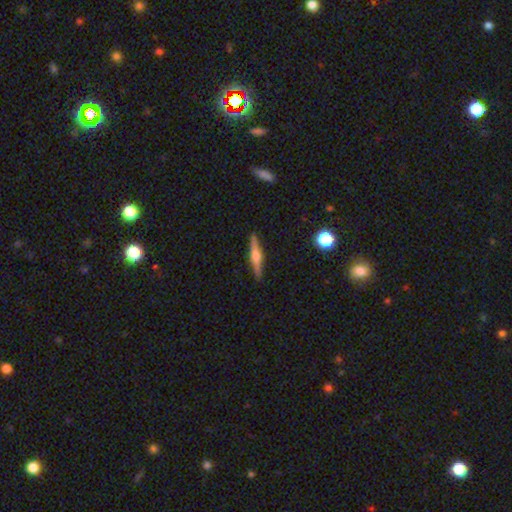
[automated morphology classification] Smooth or featured? Predicted: featured or disk (p=0.66). Edge-on disk? Predicted: yes (p=0.98). Edge-on bulge? Predicted: rounded (p=0.85). Merging? Predicted: none (p=0.90).